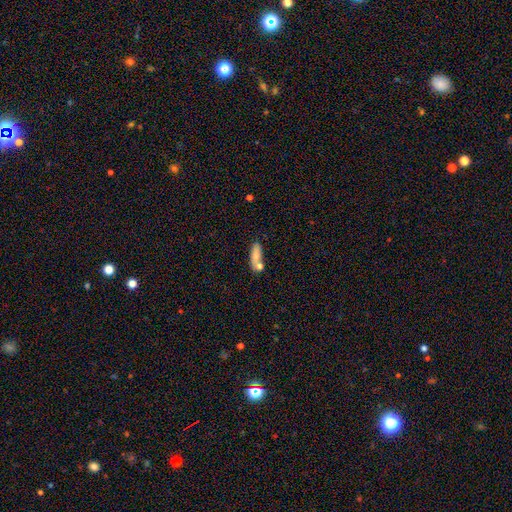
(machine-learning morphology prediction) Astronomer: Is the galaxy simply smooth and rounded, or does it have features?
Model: smooth — 77%.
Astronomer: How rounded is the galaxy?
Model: in between — 56% (runner-up: cigar-shaped, 40%).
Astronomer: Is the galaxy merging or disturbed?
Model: none — 54%.